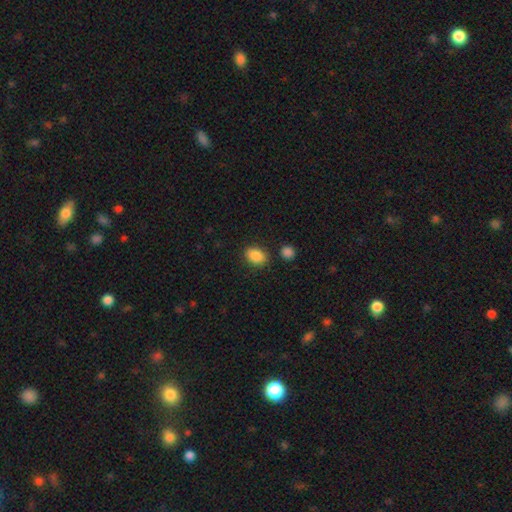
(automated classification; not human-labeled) This appears to be a smooth galaxy with no disk features (87%) that is in between round and cigar-shaped (76%). Merging: none (82%).